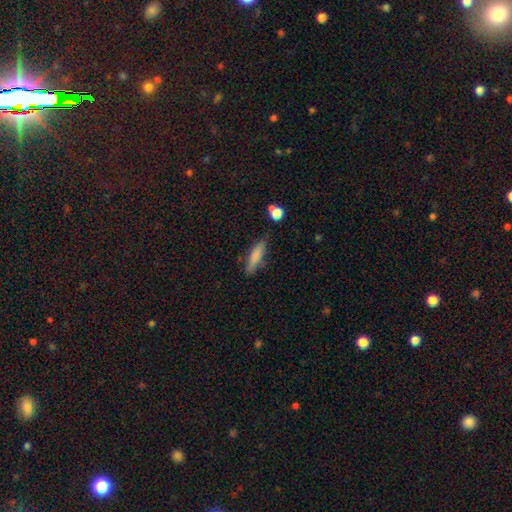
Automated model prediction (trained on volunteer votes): Smooth or featured: smooth — 79% (featured or disk — 13%)
How rounded: cigar-shaped — 66% (in between — 32%)
Merging: none — 73% (minor disturbance — 18%)